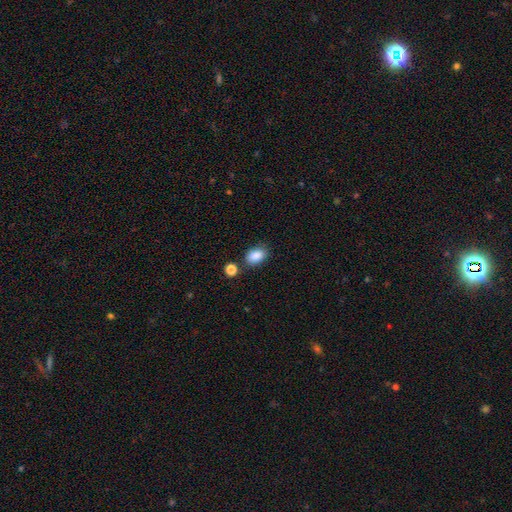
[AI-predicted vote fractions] A smooth galaxy with no disk features (88%) that is in between round and cigar-shaped (85%).

Vote fractions:
- Smooth or featured? smooth: 88% / star or artifact: 8% / featured or disk: 4%
- How rounded? in between: 85% / round: 14% / cigar-shaped: 1%
- Merging? none: 76% / minor disturbance: 13% / merger: 8% / major disturbance: 3%